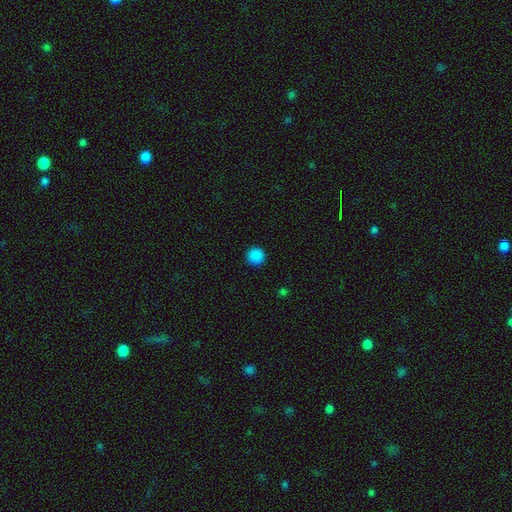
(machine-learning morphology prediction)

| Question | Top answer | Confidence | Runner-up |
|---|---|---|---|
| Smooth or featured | smooth | 87% | star or artifact (11%) |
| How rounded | round | 95% | in between (4%) |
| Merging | none | 92% | minor disturbance (5%) |